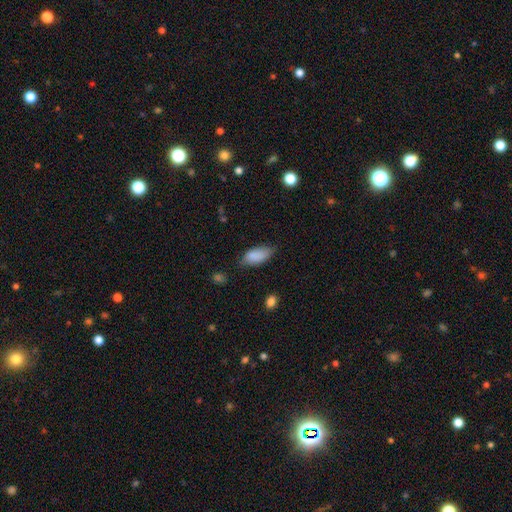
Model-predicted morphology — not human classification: Smooth or featured? Predicted: smooth (p=0.86). How rounded? Predicted: in between (p=0.88). Merging? Predicted: none (p=0.63).